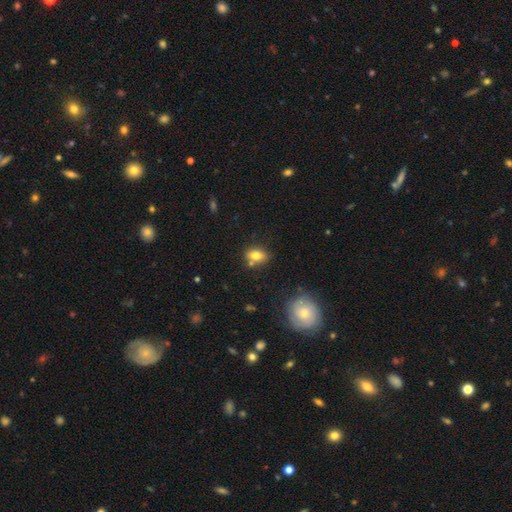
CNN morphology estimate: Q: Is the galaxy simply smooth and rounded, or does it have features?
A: smooth — 74%.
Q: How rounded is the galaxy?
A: in between — 71%.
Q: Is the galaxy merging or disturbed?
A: none — 67%.